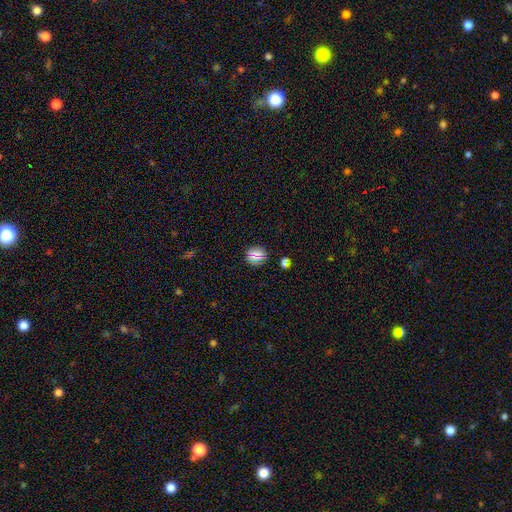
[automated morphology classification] smooth-or-featured: smooth: 72% | star or artifact: 22% | featured or disk: 6%
  how-rounded: round: 83% | in between: 15% | cigar-shaped: 2%
  merging: none: 86% | minor disturbance: 9% | major disturbance: 3% | merger: 2%